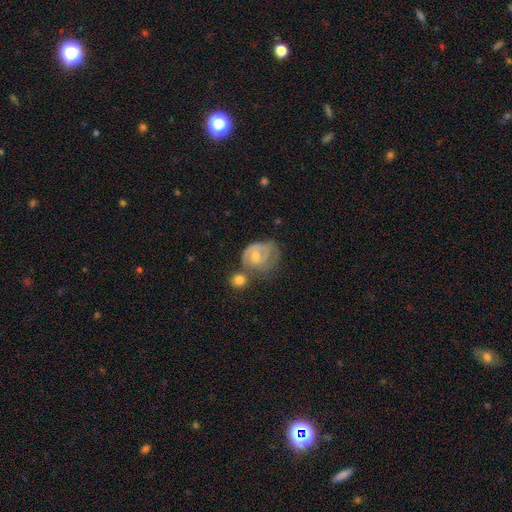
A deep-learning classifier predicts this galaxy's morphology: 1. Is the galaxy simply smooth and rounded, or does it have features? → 53% featured or disk, 40% smooth, 7% star or artifact.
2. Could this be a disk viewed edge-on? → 97% no, 3% yes.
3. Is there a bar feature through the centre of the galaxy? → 60% no, 34% weak, 6% strong.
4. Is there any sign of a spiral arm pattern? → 67% yes, 33% no.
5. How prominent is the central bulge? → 54% moderate, 37% small, 4% none, 4% large, 1% dominant.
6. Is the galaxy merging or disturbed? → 28% none, 25% major disturbance, 25% minor disturbance, 22% merger.